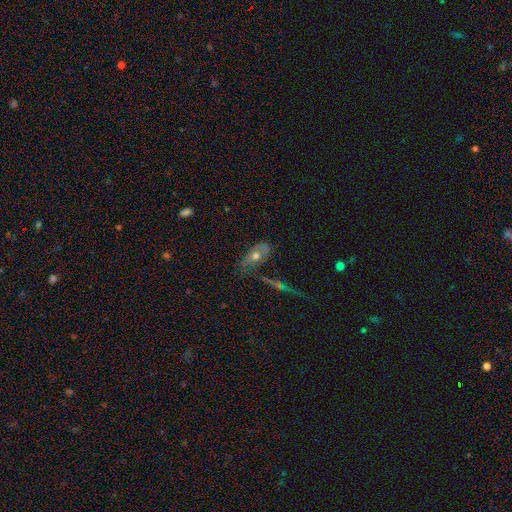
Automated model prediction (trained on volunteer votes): Q: Smooth or featured?
A: featured or disk (55%); runner-up: smooth (33%)
Q: Edge-on disk?
A: no (73%); runner-up: yes (27%)
Q: Merging?
A: none (53%); runner-up: minor disturbance (24%)